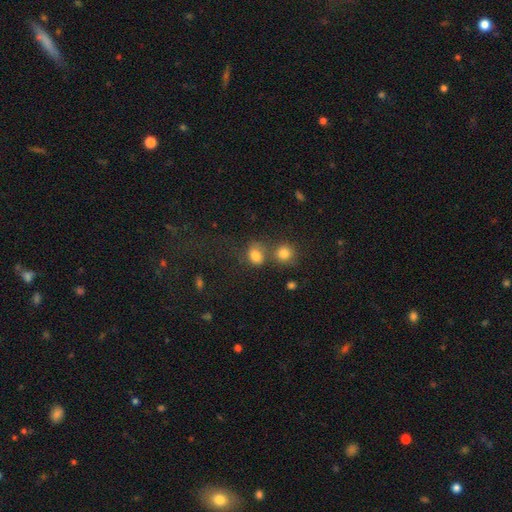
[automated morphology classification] This appears to be a smooth galaxy with no disk features (79%) that is in between round and cigar-shaped (54%). Merging: none (46%).